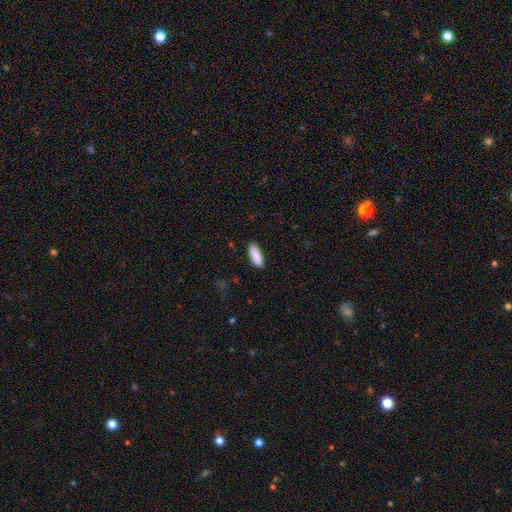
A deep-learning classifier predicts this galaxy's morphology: smooth_or_featured: smooth (p=0.89) [alt: star or artifact p=0.06]
how_rounded: in between (p=0.55) [alt: cigar-shaped p=0.43]
merging: none (p=0.86) [alt: minor disturbance p=0.10]